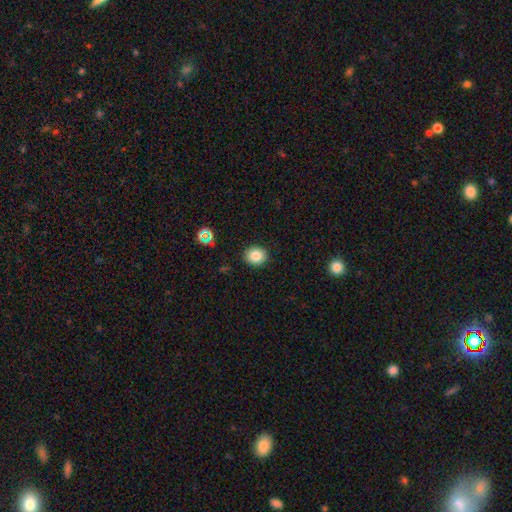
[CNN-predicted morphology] type=smooth (83%); roundness=round (80%); merging=none (90%).